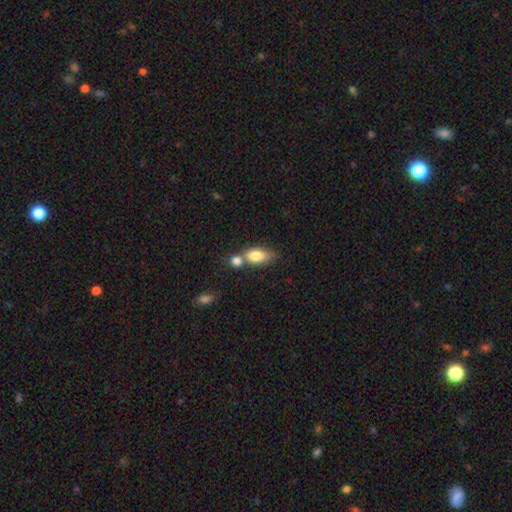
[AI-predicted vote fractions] Smooth or featured?
  - smooth: 77% *
  - featured or disk: 15%
  - star or artifact: 8%
How rounded?
  - in between: 81% *
  - cigar-shaped: 10%
  - round: 10%
Merging?
  - merger: 47% *
  - none: 35%
  - minor disturbance: 13%
  - major disturbance: 5%